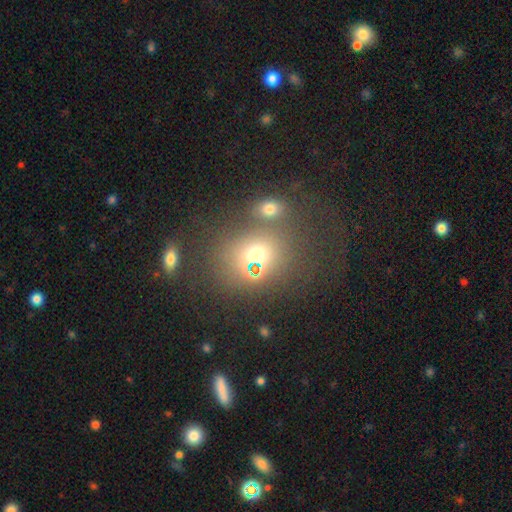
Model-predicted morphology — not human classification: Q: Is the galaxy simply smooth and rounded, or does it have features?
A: smooth — 64%.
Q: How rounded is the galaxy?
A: round — 64%.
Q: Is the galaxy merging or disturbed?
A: none — 58%.